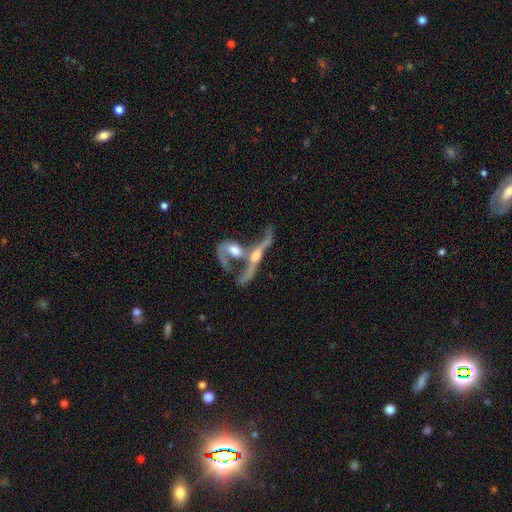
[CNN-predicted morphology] type=featured or disk (77%); edge-on=yes (65%); merging=merger (59%).